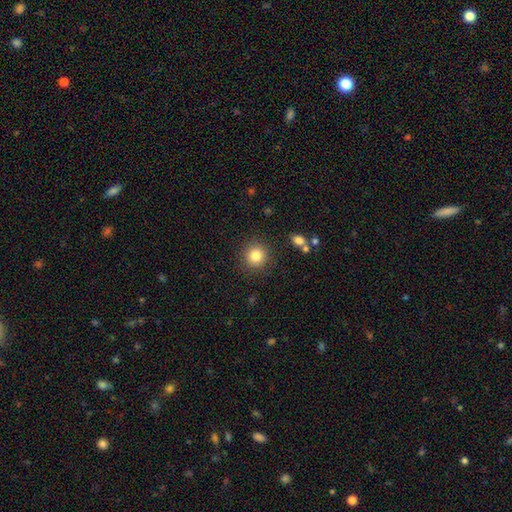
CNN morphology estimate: Smooth or featured? smooth (82%)
How rounded? round (92%)
Merging? none (88%)